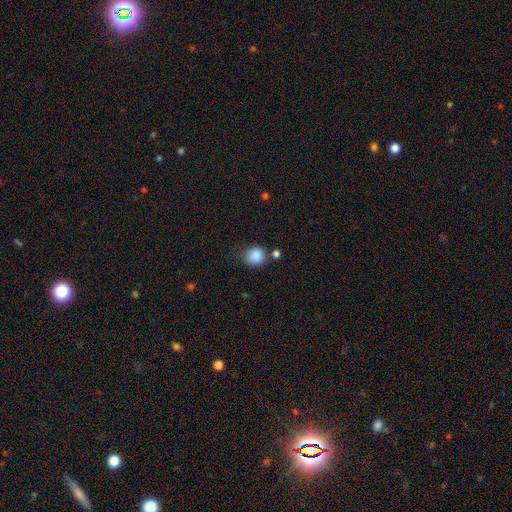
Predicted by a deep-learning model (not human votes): smooth_or_featured: smooth (p=0.87) [alt: star or artifact p=0.09]
how_rounded: round (p=0.83) [alt: in between p=0.16]
merging: none (p=0.70) [alt: minor disturbance p=0.17]